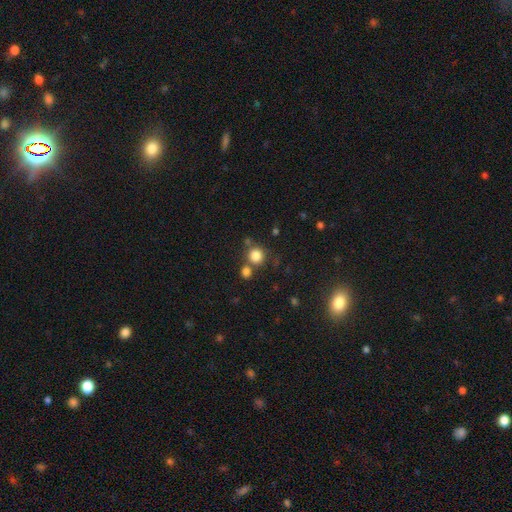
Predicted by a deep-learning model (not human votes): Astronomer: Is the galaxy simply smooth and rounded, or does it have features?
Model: smooth — 82%.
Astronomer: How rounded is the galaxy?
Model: round — 89%.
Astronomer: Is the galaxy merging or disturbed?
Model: none — 66%.